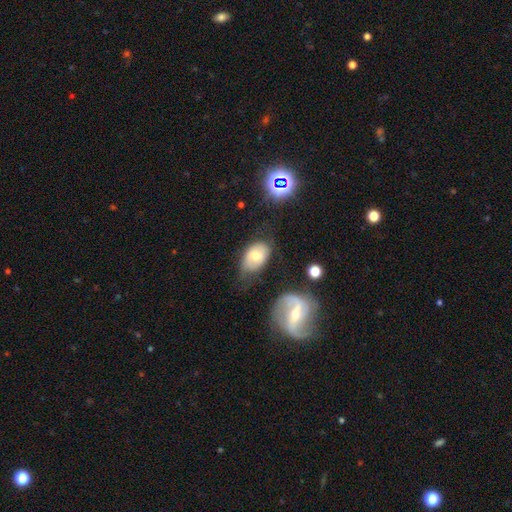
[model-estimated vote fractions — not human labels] smooth_or_featured: smooth (p=0.62) [alt: featured or disk p=0.28]
how_rounded: in between (p=0.82) [alt: round p=0.16]
merging: none (p=0.52) [alt: minor disturbance p=0.29]